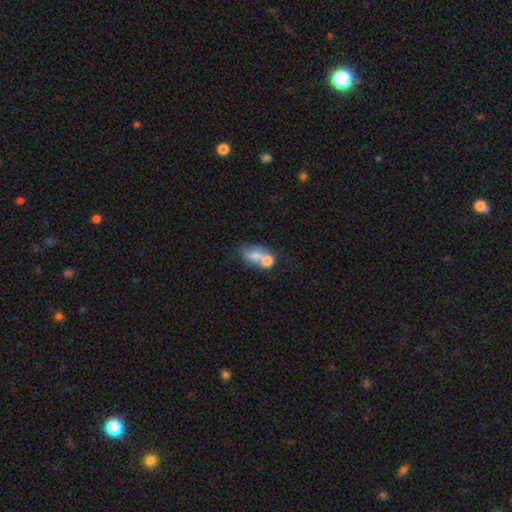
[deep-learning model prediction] Smooth or featured?
  - smooth: 69% *
  - featured or disk: 22%
  - star or artifact: 9%
How rounded?
  - in between: 70% *
  - round: 28%
  - cigar-shaped: 2%
Merging?
  - merger: 66% *
  - none: 20%
  - minor disturbance: 8%
  - major disturbance: 6%